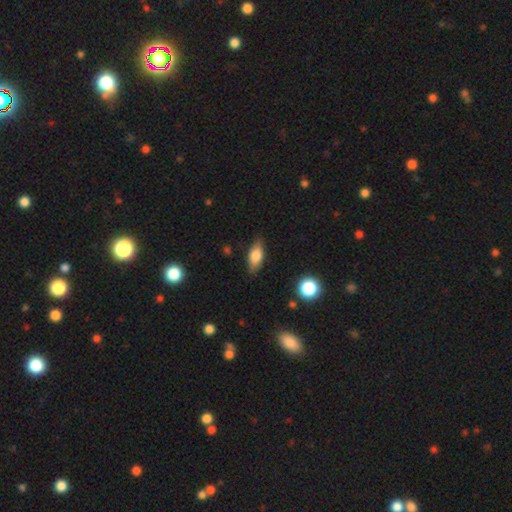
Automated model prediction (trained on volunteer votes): Smooth or featured? smooth (75%)
How rounded? in between (81%)
Merging? none (83%)